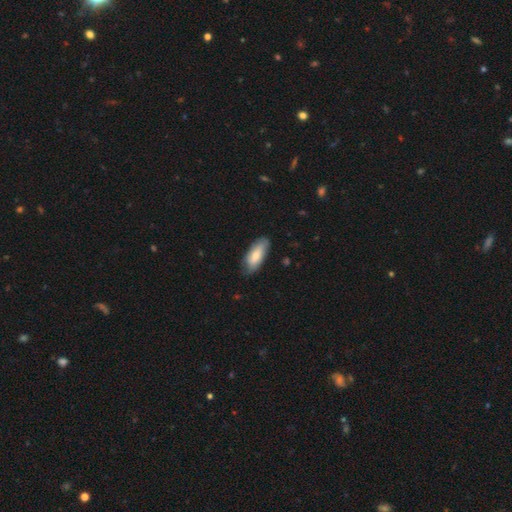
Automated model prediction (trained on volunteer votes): Smooth or featured?
  - smooth: 73% *
  - featured or disk: 22%
  - star or artifact: 5%
How rounded?
  - in between: 79% *
  - cigar-shaped: 19%
  - round: 2%
Merging?
  - none: 74% *
  - minor disturbance: 21%
  - major disturbance: 4%
  - merger: 1%